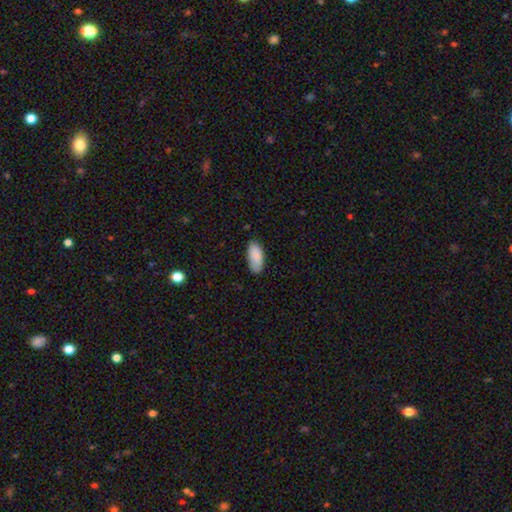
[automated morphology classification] smooth 88%, star or artifact 6%, featured or disk 6%. Down the decision tree: how rounded — in between (91%); merging — none (77%).